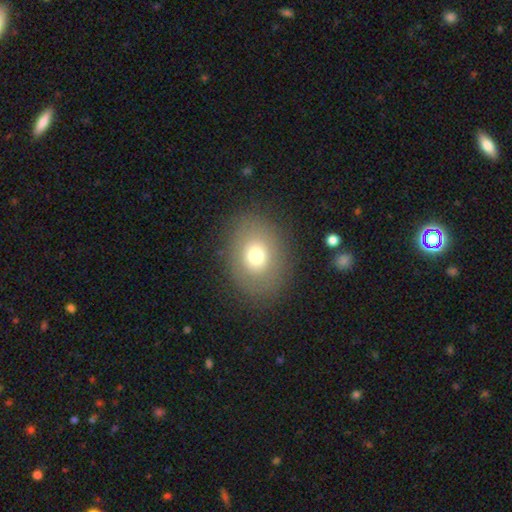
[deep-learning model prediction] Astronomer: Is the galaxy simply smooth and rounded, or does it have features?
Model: smooth — 70%.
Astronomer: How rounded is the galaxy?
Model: in between — 60% (runner-up: round, 39%).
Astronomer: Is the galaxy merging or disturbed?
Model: none — 84%.